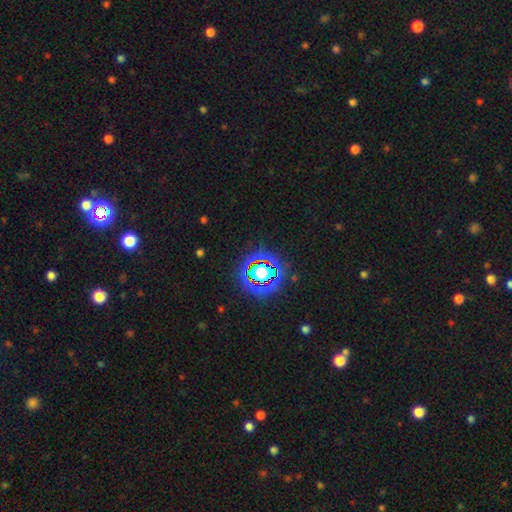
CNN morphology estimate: Q: Smooth or featured?
A: star or artifact (82%); runner-up: smooth (11%)